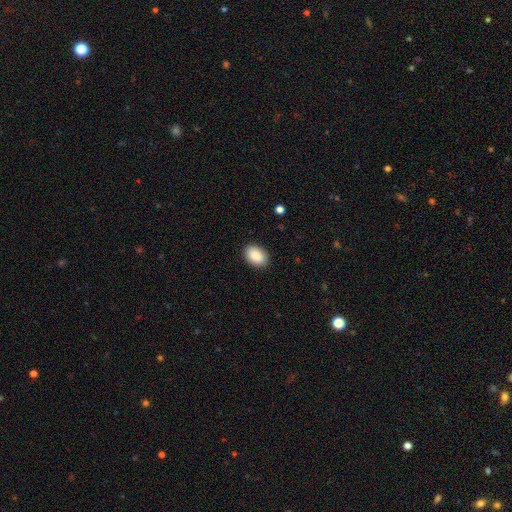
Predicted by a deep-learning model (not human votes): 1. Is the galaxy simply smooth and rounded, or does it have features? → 88% smooth, 7% star or artifact, 5% featured or disk.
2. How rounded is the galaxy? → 81% in between, 18% round, 1% cigar-shaped.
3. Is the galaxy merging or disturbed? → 90% none, 7% minor disturbance, 2% major disturbance, 1% merger.